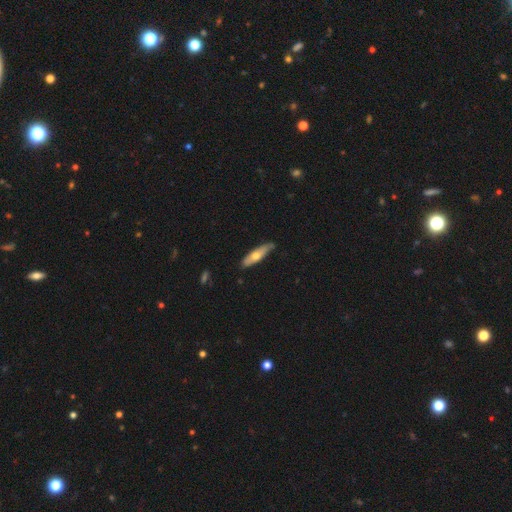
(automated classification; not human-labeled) Morphology: type=smooth (57%); roundness=cigar-shaped (72%); merging=none (77%).